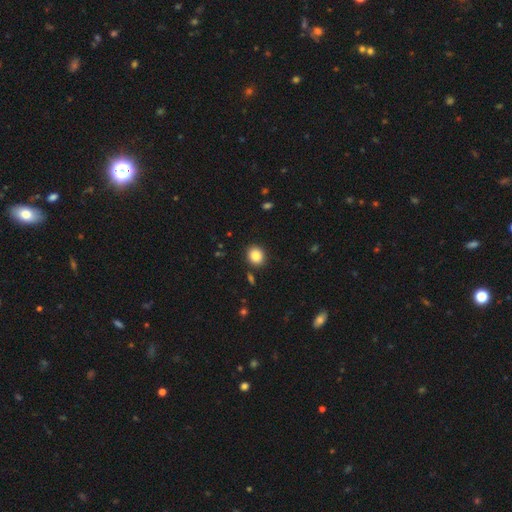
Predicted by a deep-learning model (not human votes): Q: Smooth or featured?
A: smooth (87%); runner-up: star or artifact (9%)
Q: How rounded?
A: round (74%); runner-up: in between (25%)
Q: Merging?
A: none (88%); runner-up: minor disturbance (7%)